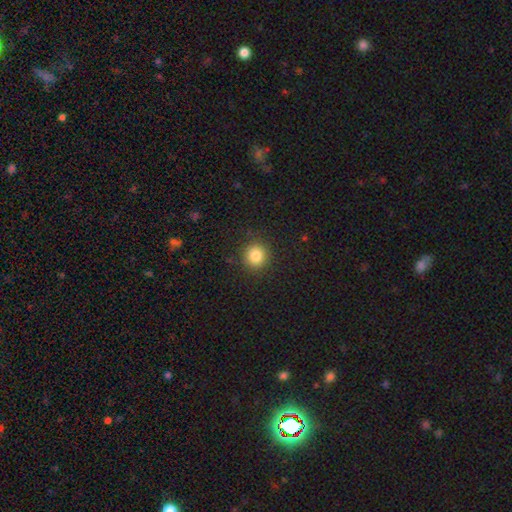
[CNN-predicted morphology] The model was most divided on "smooth or featured": smooth: 83%, star or artifact: 11%, featured or disk: 5%. More confident: merging — none (90%); how rounded — round (89%).